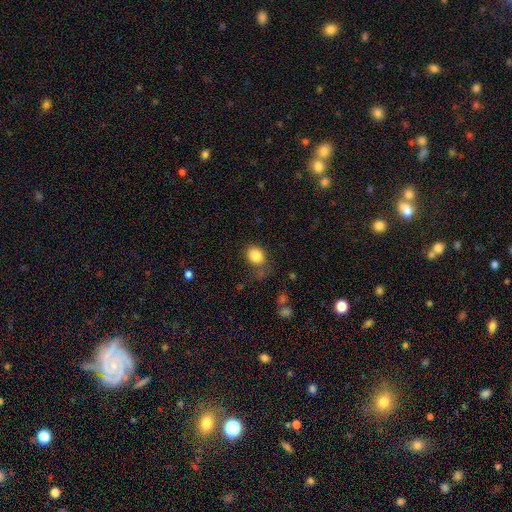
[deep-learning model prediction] Overall: smooth (84%). How rounded: round (54%; in between 45%). Merging: none (60%; minor disturbance 24%).